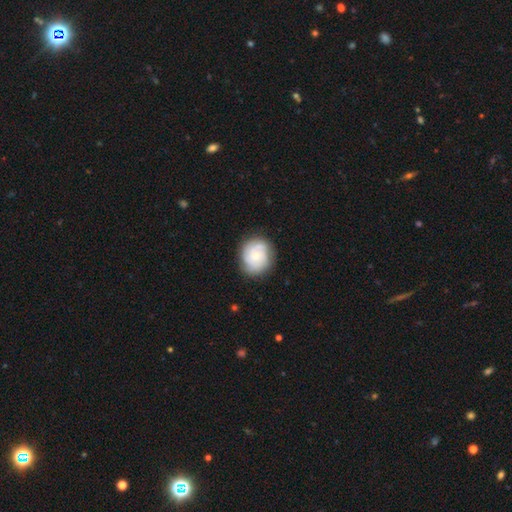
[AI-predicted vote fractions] A featured or disk galaxy (51%). Merging: none (77%).